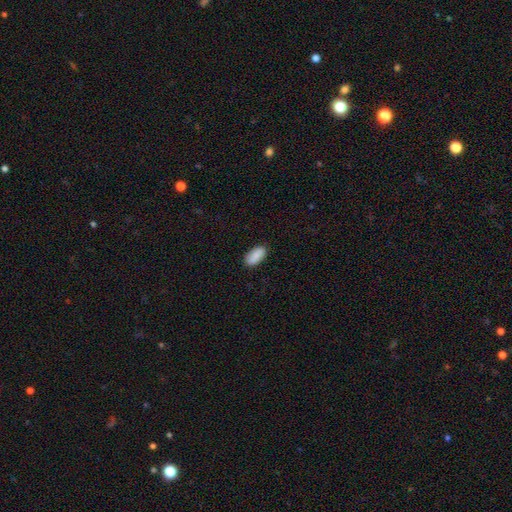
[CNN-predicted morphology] Smooth or featured? smooth (90%)
How rounded? in between (92%)
Merging? none (88%)